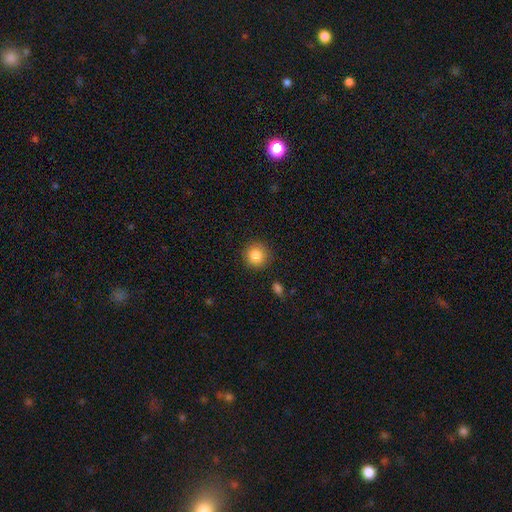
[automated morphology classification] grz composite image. It shows a smooth galaxy with no disk features (85%) that is round (93%). Merging: none (89%).